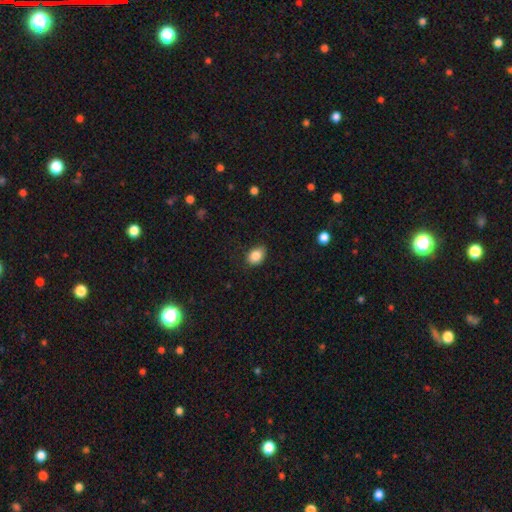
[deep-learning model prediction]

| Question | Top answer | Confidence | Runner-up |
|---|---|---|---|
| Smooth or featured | smooth | 86% | star or artifact (9%) |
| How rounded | in between | 71% | round (28%) |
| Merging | none | 80% | minor disturbance (16%) |